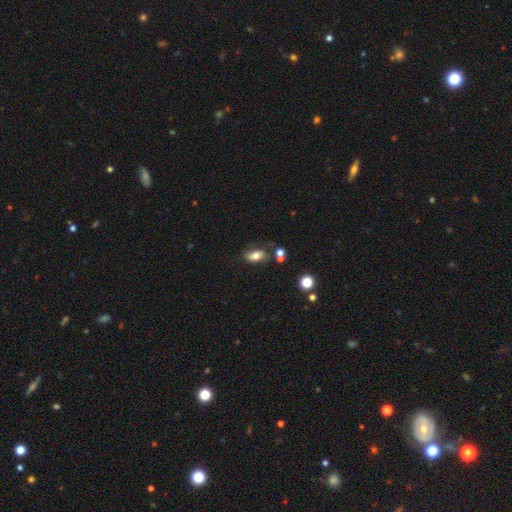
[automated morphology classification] A smooth galaxy with no disk features (73%) that is in between round and cigar-shaped (86%). Merging: none (56%).